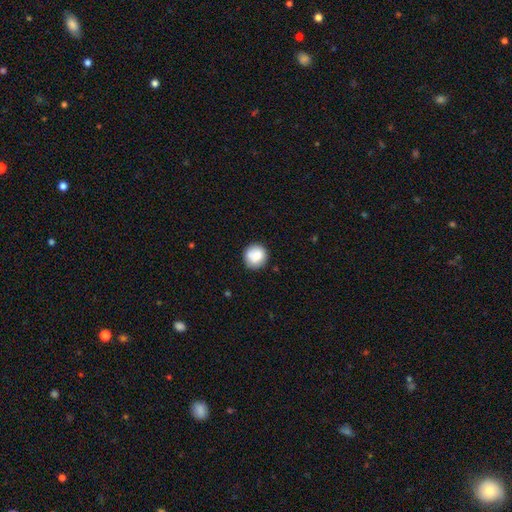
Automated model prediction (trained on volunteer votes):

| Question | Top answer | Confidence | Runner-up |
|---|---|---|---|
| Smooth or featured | smooth | 80% | featured or disk (12%) |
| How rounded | round | 91% | in between (8%) |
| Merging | none | 79% | minor disturbance (14%) |